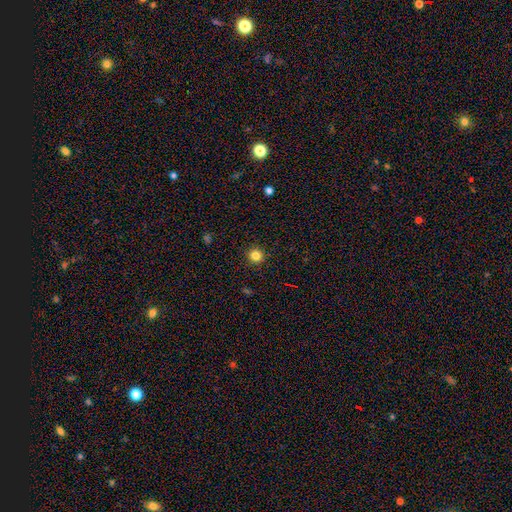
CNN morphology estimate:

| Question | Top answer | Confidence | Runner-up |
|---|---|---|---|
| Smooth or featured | smooth | 83% | star or artifact (13%) |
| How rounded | round | 94% | in between (5%) |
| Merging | none | 92% | minor disturbance (5%) |